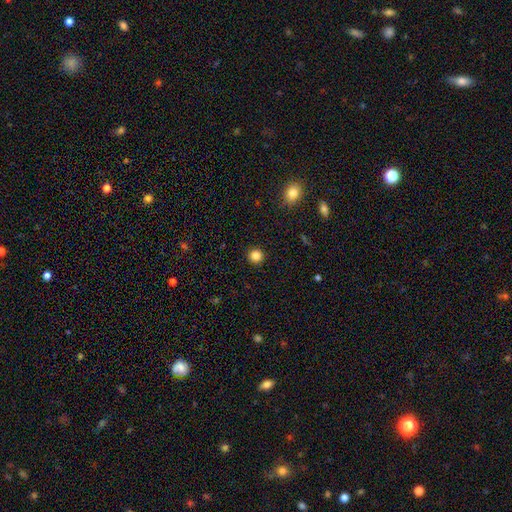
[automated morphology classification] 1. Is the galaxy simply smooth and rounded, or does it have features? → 84% smooth, 12% star or artifact, 4% featured or disk.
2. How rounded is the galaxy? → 95% round, 4% in between, 1% cigar-shaped.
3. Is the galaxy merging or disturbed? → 93% none, 5% minor disturbance, 2% major disturbance, 1% merger.